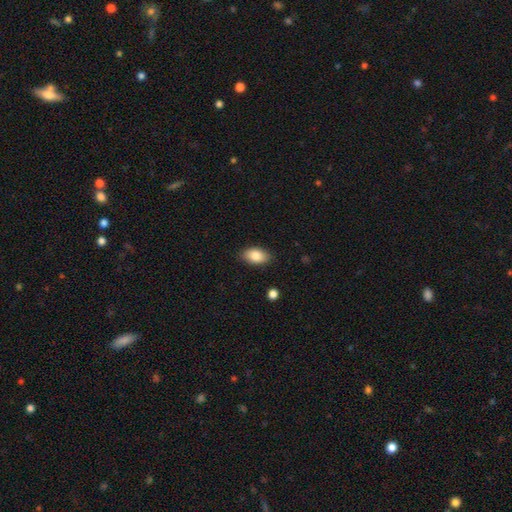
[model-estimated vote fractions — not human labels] This appears to be a smooth galaxy with no disk features (84%) that is in between round and cigar-shaped (91%). Merging: none (86%).